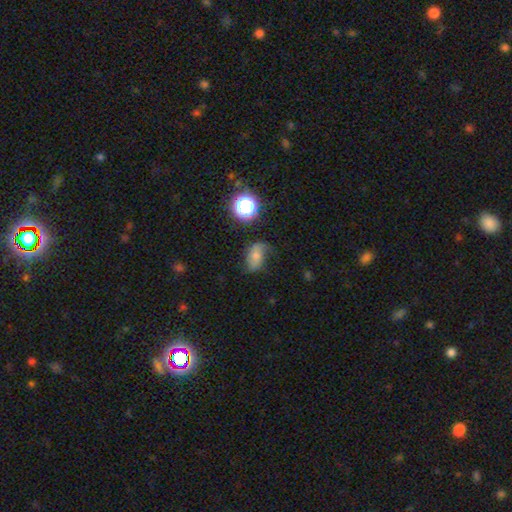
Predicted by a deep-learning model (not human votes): Smooth or featured? smooth (58%)
How rounded? in between (81%)
Merging? none (46%)